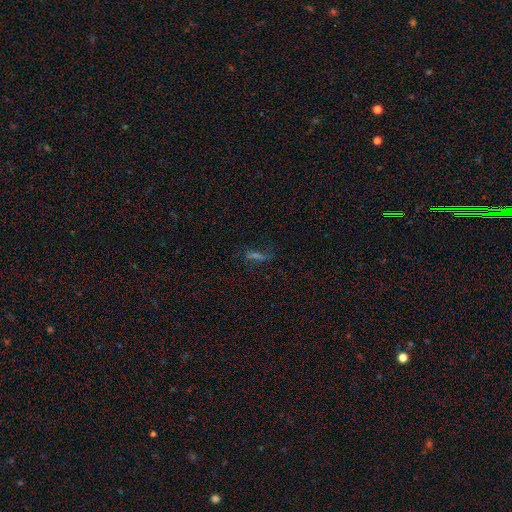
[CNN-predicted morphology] This appears to be a featured or disk galaxy (35%). Merging: none (65%).